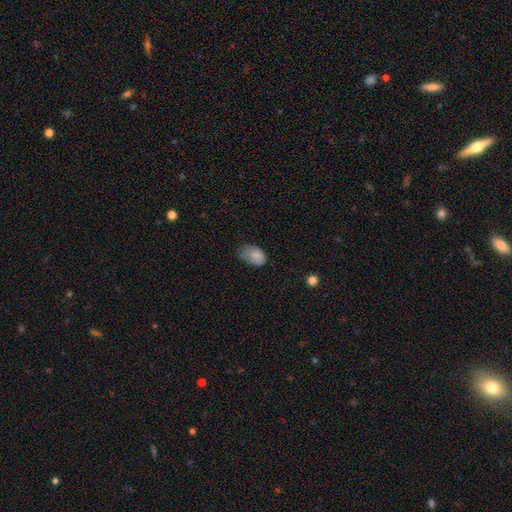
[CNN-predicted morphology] A smooth galaxy with no disk features (85%) that is in between round and cigar-shaped (86%).

Vote fractions:
- Smooth or featured? smooth: 85% / star or artifact: 9% / featured or disk: 7%
- How rounded? in between: 86% / round: 13% / cigar-shaped: 1%
- Merging? minor disturbance: 43% / none: 41% / major disturbance: 15% / merger: 2%